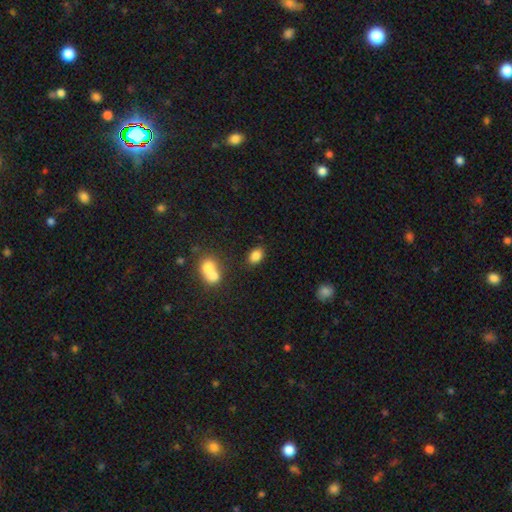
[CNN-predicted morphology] A smooth galaxy with no disk features (83%) that is in between round and cigar-shaped (79%). Merging: none (75%).